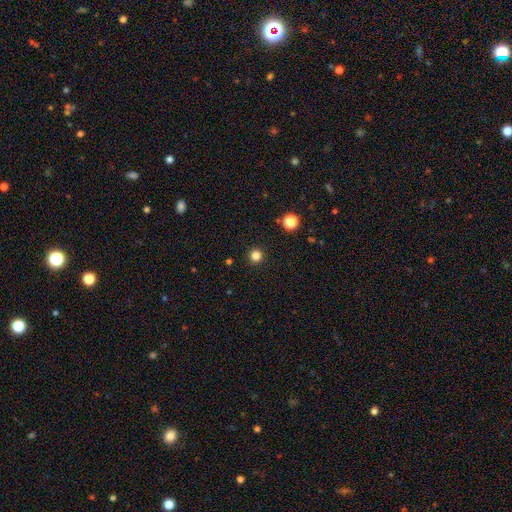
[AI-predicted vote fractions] A smooth galaxy with no disk features (82%) that is round (96%). Merging: none (93%).